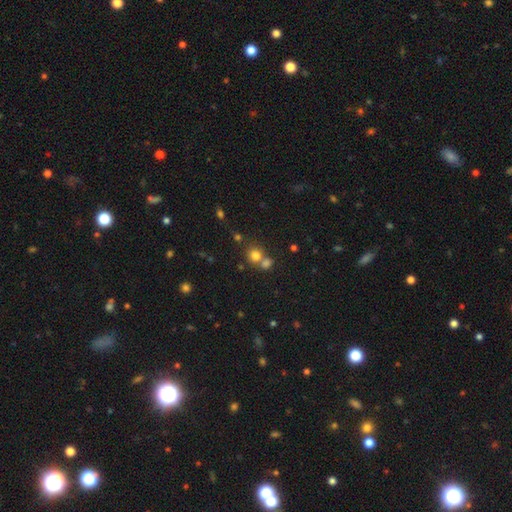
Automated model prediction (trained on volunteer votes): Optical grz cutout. It shows a smooth galaxy with no disk features (76%) that is round (84%). Merging: none (51%).